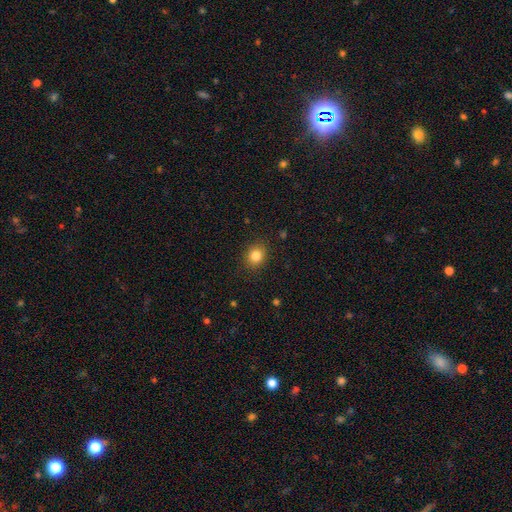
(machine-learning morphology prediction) Smooth or featured? smooth (83%)
How rounded? round (71%)
Merging? none (89%)